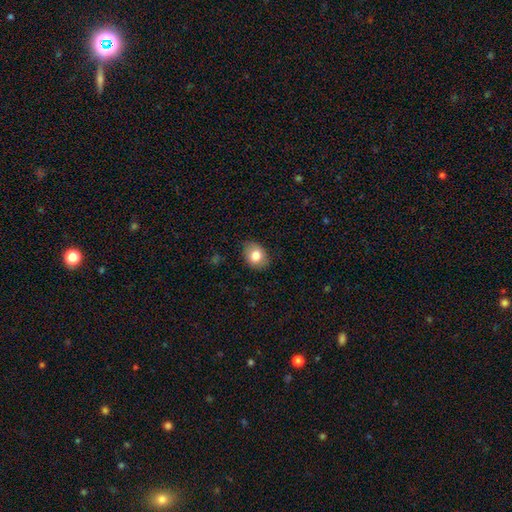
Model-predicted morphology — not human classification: smooth-or-featured: smooth: 82% | featured or disk: 10% | star or artifact: 8%
  how-rounded: in between: 59% | round: 41% | cigar-shaped: 1%
  merging: none: 85% | minor disturbance: 12% | major disturbance: 3% | merger: 1%